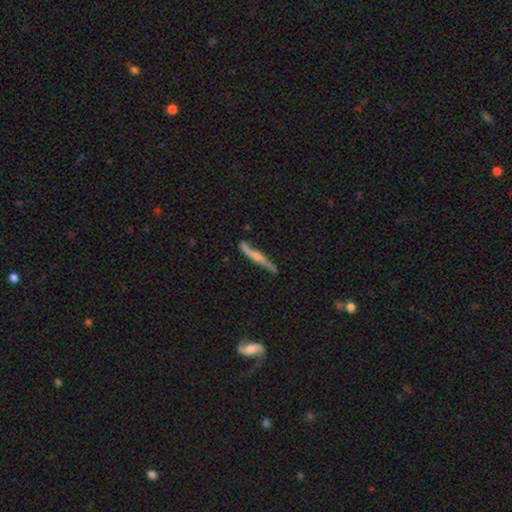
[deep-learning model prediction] smooth-or-featured: featured or disk: 59% | smooth: 35% | star or artifact: 6%
  disk-edge-on: yes: 75% | no: 25%
  merging: none: 61% | minor disturbance: 26% | major disturbance: 8% | merger: 6%